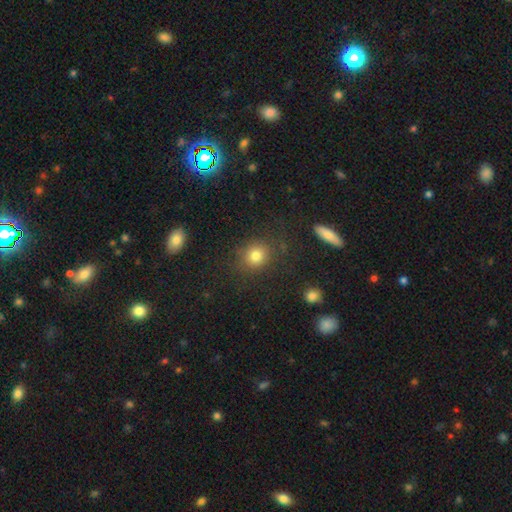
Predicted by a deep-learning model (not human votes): This is likely a smooth galaxy (79%). How rounded: likely round (77%). Merging: clearly none (82%).